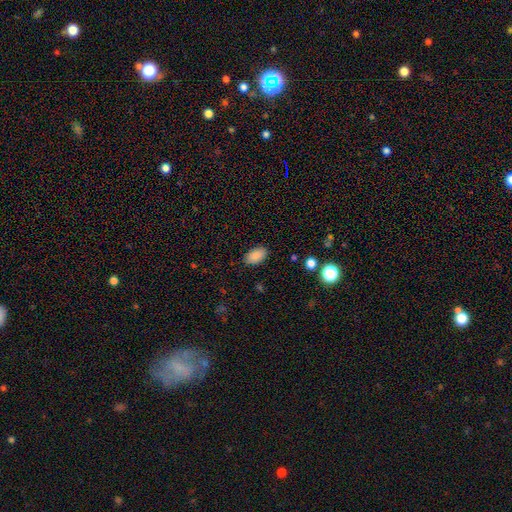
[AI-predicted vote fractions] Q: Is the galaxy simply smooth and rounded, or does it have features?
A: smooth — 86%.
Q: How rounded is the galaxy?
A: in between — 93%.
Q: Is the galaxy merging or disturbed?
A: none — 86%.